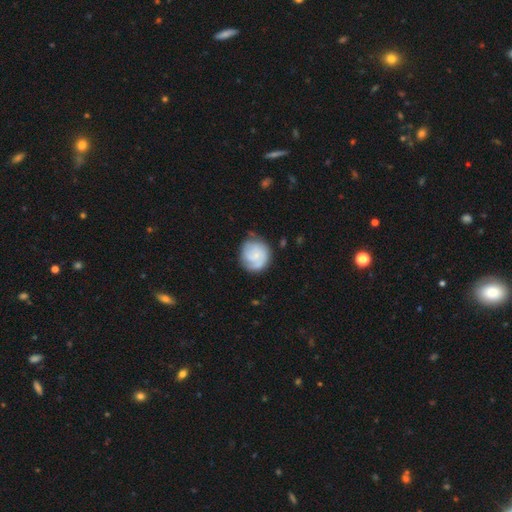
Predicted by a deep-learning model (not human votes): A featured or disk galaxy (50%). Merging: none (68%).